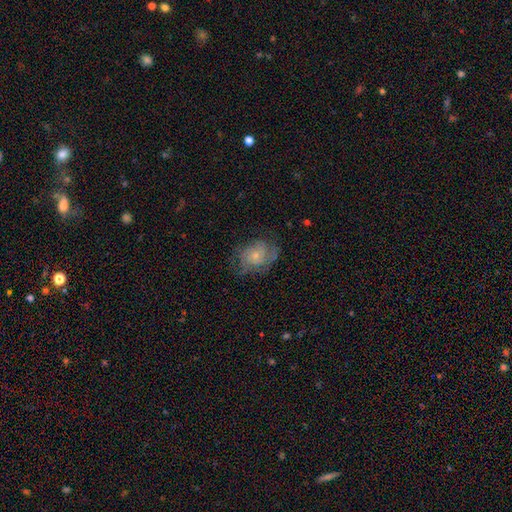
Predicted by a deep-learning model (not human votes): Q: Smooth or featured?
A: featured or disk (62%); runner-up: smooth (30%)
Q: Edge-on disk?
A: no (97%); runner-up: yes (3%)
Q: Bar?
A: no (78%); runner-up: weak (19%)
Q: Spiral arms?
A: yes (83%); runner-up: no (17%)
Q: Spiral winding?
A: tight (43%); runner-up: medium (40%)
Q: Spiral arm count?
A: can't tell (38%); runner-up: 2 (30%)
Q: Bulge size?
A: small (67%); runner-up: moderate (25%)
Q: Merging?
A: none (60%); runner-up: minor disturbance (23%)